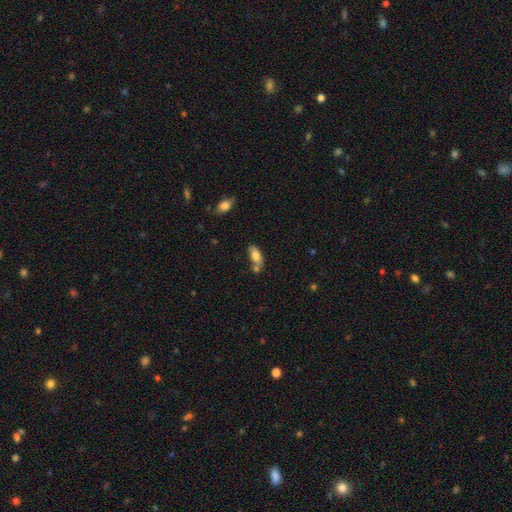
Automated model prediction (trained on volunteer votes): This is likely a smooth galaxy (76%). How rounded: clearly in between (86%). Merging: possibly none (47%).